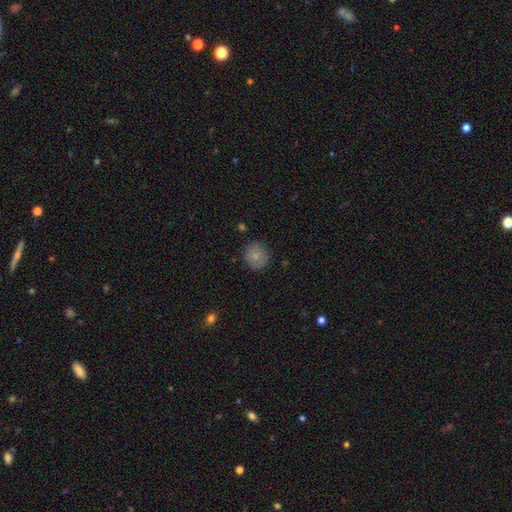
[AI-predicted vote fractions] A smooth galaxy with no disk features (79%) that is round (90%).

Vote fractions:
- Smooth or featured? smooth: 79% / featured or disk: 13% / star or artifact: 9%
- How rounded? round: 90% / in between: 9% / cigar-shaped: 1%
- Merging? none: 87% / minor disturbance: 10% / major disturbance: 2% / merger: 1%